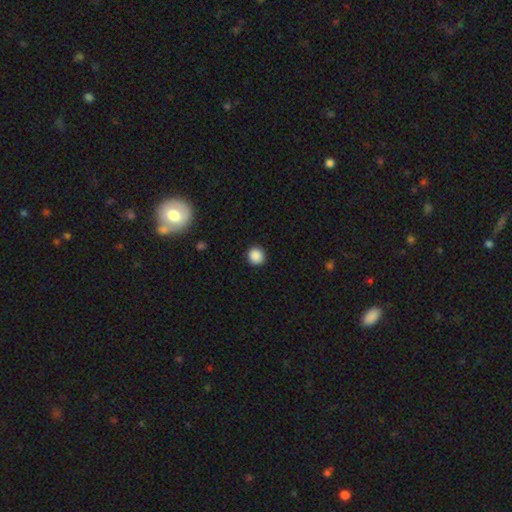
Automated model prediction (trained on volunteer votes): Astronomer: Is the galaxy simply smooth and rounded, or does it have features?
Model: smooth — 88%.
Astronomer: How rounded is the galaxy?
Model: round — 93%.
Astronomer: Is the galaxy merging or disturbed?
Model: none — 92%.